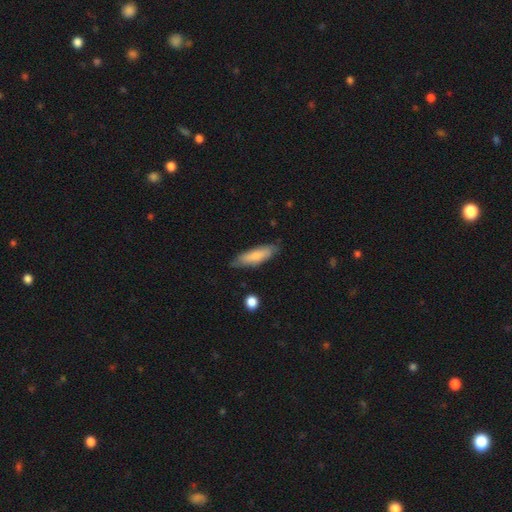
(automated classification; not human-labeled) Smooth or featured?
  - smooth: 77% *
  - featured or disk: 17%
  - star or artifact: 6%
How rounded?
  - cigar-shaped: 55% *
  - in between: 43%
  - round: 1%
Merging?
  - none: 77% *
  - minor disturbance: 18%
  - major disturbance: 3%
  - merger: 2%